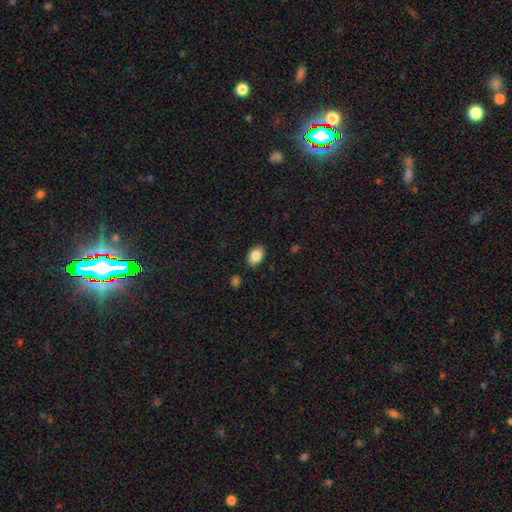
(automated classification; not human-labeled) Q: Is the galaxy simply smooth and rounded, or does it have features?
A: smooth — 85%.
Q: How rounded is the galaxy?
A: in between — 87%.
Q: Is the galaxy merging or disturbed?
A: none — 86%.